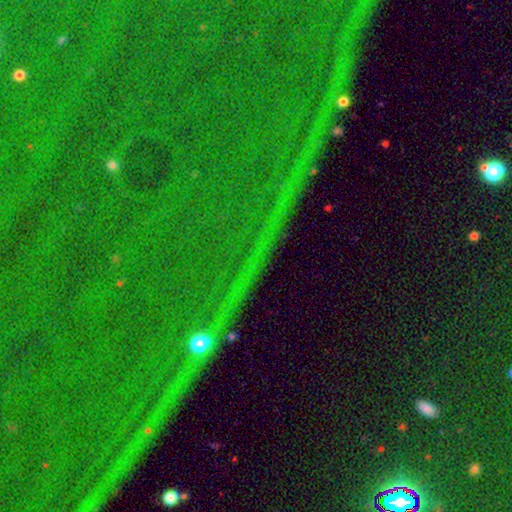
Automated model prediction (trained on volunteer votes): Q: Smooth or featured?
A: star or artifact (85%); runner-up: featured or disk (8%)